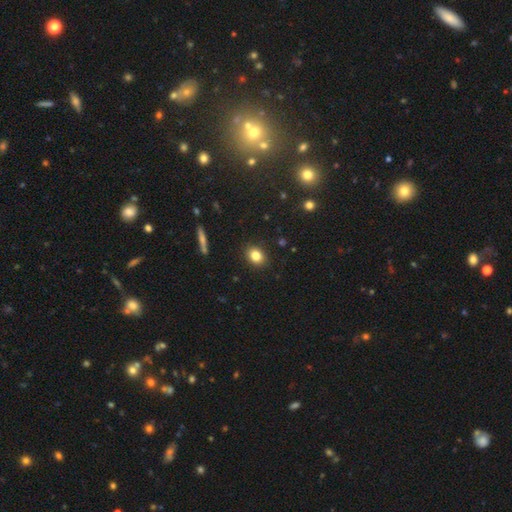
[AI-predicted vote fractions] Overall: smooth (82%). How rounded: round (51%; in between 48%). Merging: none (90%).